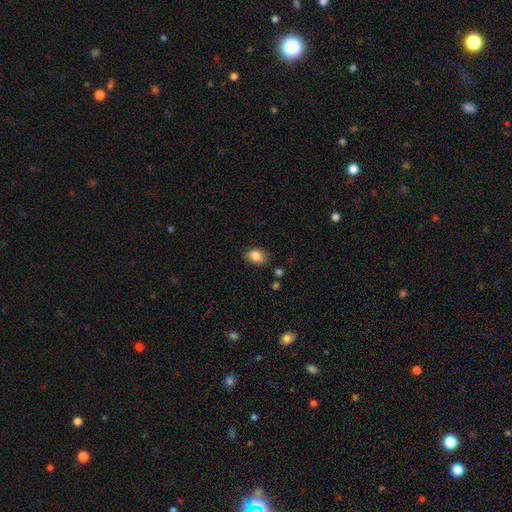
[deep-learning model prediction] smooth 85%, star or artifact 9%, featured or disk 7%. Down the decision tree: how rounded — in between (72%); merging — none (78%).